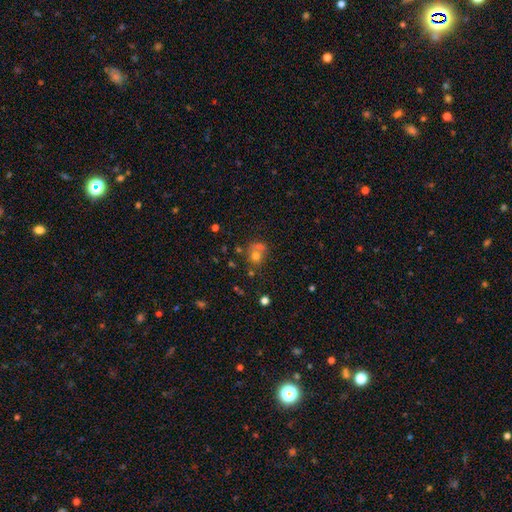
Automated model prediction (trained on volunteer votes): Q: Smooth or featured?
A: smooth (65%); runner-up: star or artifact (18%)
Q: How rounded?
A: round (76%); runner-up: in between (23%)
Q: Merging?
A: merger (42%); runner-up: none (41%)